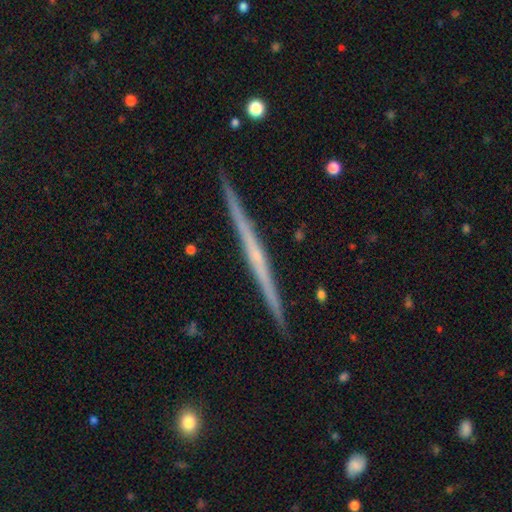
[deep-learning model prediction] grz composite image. It shows a featured or disk galaxy (74%) viewed edge-on (98%) with no central bulge (74%). Merging: none (92%).